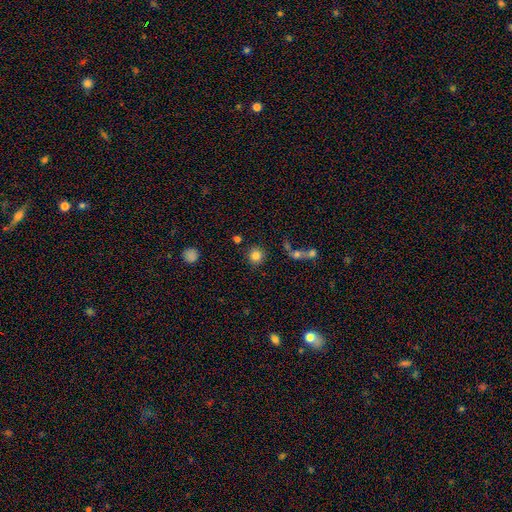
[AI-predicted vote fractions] Smooth or featured? Predicted: smooth (p=0.83). How rounded? Predicted: round (p=0.92). Merging? Predicted: none (p=0.83).